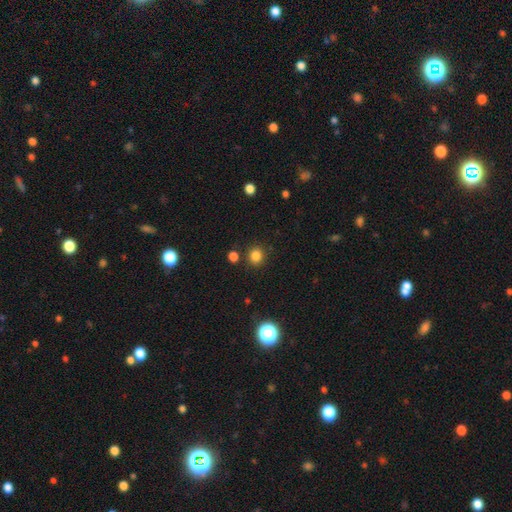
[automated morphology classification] smooth_or_featured: smooth (p=0.82) [alt: star or artifact p=0.14]
how_rounded: round (p=0.86) [alt: in between p=0.13]
merging: none (p=0.86) [alt: minor disturbance p=0.07]